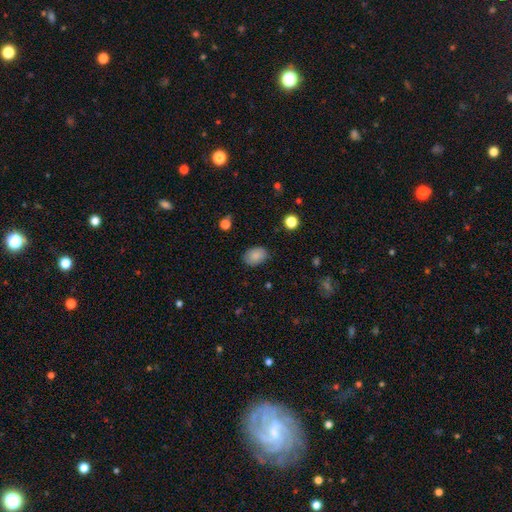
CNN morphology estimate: Overall: smooth (84%). How rounded: in between (79%). Merging: none (84%).